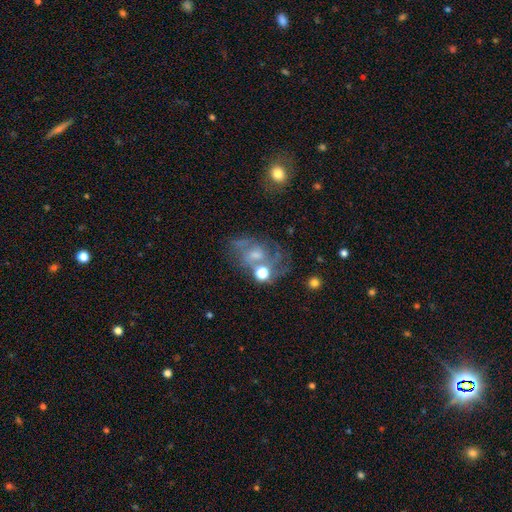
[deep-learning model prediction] The model was most divided on "bulge size": moderate: 41%, small: 40%, none: 12%, large: 5%, dominant: 2%. Remaining: edge-on disk — no (97%); spiral arms — yes (75%); smooth or featured — featured or disk (64%); bar — no (60%); merging — none (47%).